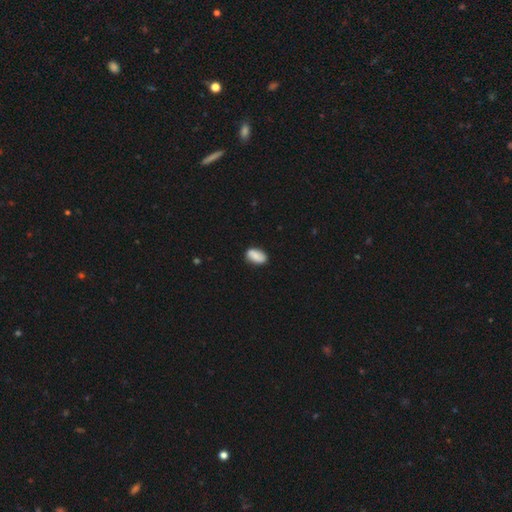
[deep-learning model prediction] smooth 82%, featured or disk 11%, star or artifact 7%. Down the decision tree: how rounded — in between (91%); merging — none (80%).